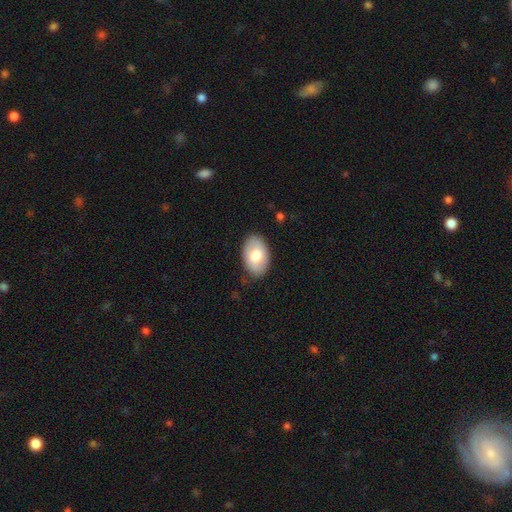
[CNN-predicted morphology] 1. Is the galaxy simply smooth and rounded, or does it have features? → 74% smooth, 21% featured or disk, 6% star or artifact.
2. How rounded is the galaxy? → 91% in between, 8% round, 1% cigar-shaped.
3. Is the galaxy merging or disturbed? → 85% none, 11% minor disturbance, 2% major disturbance, 1% merger.